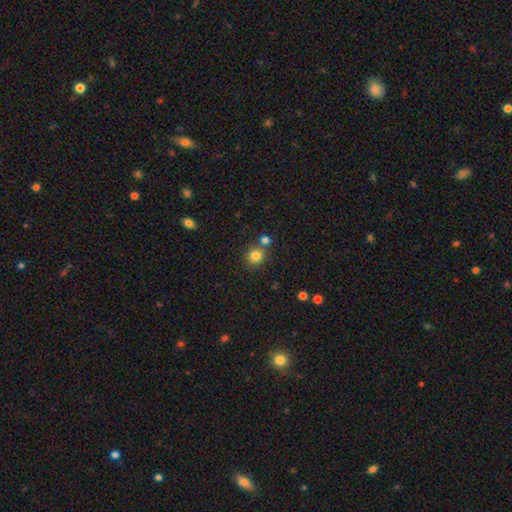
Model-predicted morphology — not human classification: Smooth or featured?
  - smooth: 82% *
  - star or artifact: 12%
  - featured or disk: 6%
How rounded?
  - round: 87% *
  - in between: 12%
  - cigar-shaped: 1%
Merging?
  - none: 71% *
  - merger: 19%
  - minor disturbance: 8%
  - major disturbance: 2%